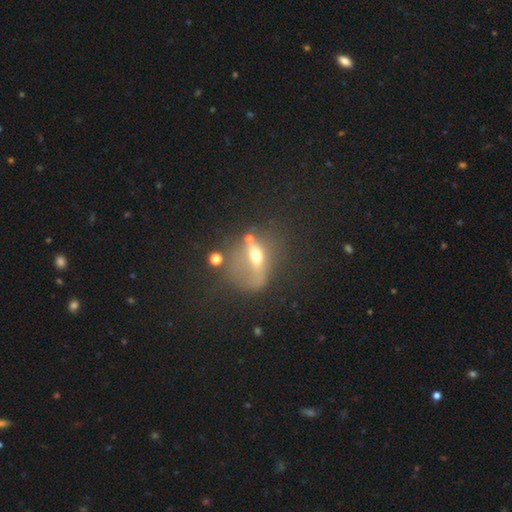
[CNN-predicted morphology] A smooth galaxy with no disk features (48%). Merging: major disturbance (36%).